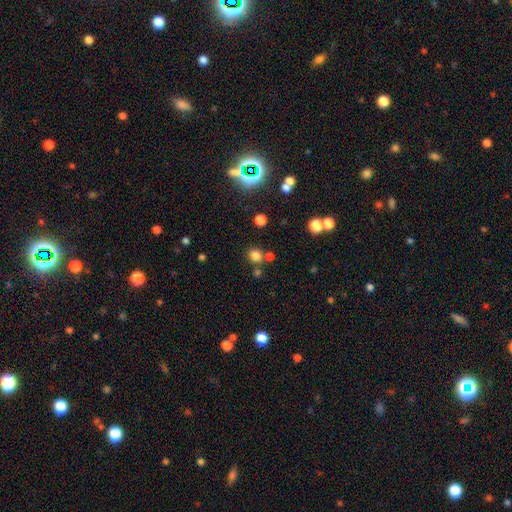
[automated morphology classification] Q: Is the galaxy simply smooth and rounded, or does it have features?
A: smooth — 78%.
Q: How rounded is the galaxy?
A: round — 82%.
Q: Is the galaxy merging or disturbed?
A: none — 72%.